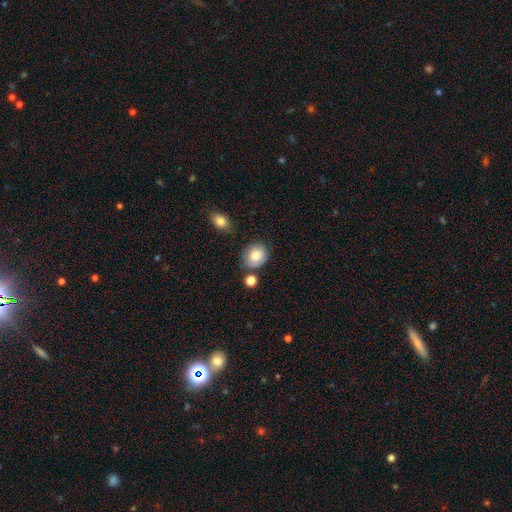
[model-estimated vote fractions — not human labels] smooth_or_featured: smooth (p=0.78) [alt: featured or disk p=0.13]
how_rounded: round (p=0.71) [alt: in between p=0.28]
merging: none (p=0.73) [alt: minor disturbance p=0.16]